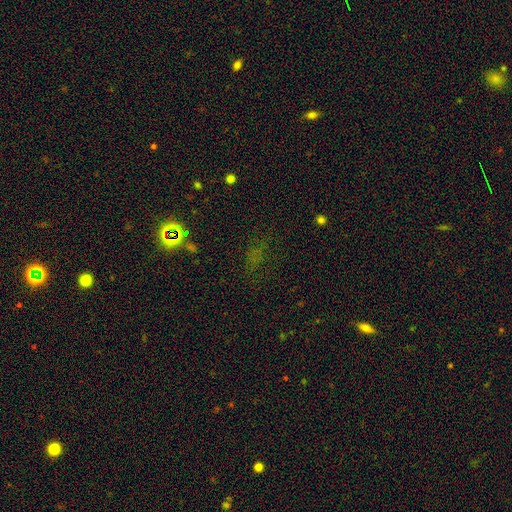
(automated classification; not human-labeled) Q: Smooth or featured?
A: star or artifact (59%); runner-up: smooth (29%)